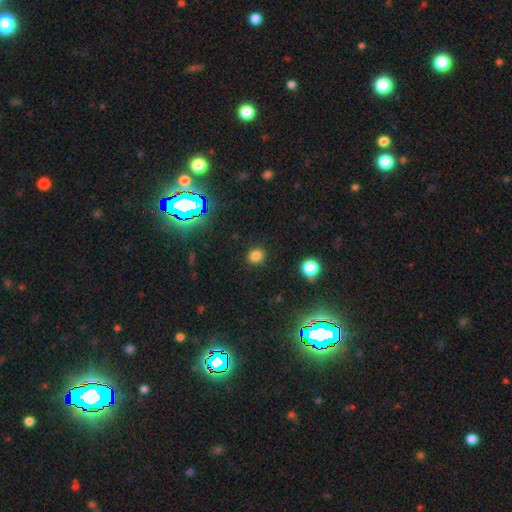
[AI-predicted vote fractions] This appears to be a smooth galaxy with no disk features (77%) that is round (79%). Merging: none (88%).